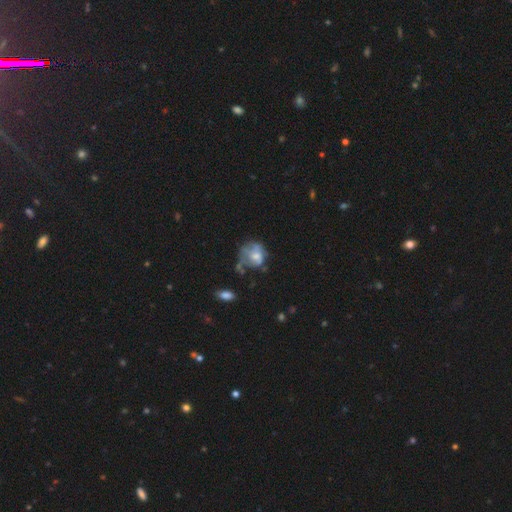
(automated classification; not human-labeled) Q: Smooth or featured?
A: featured or disk (45%); runner-up: smooth (44%)
Q: Merging?
A: none (35%); runner-up: major disturbance (28%)